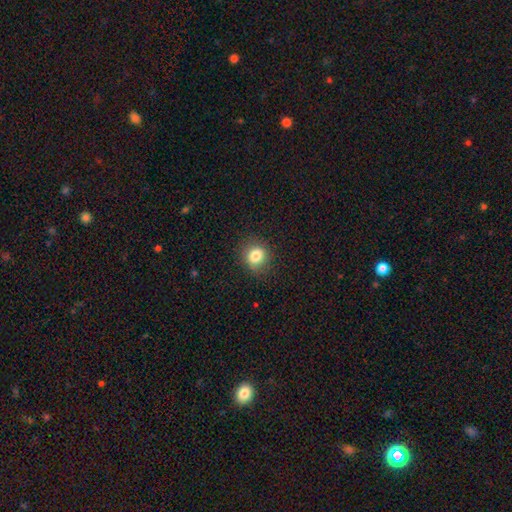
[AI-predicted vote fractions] Smooth or featured?
  - smooth: 82% *
  - star or artifact: 11%
  - featured or disk: 7%
How rounded?
  - round: 79% *
  - in between: 20%
  - cigar-shaped: 1%
Merging?
  - none: 83% *
  - minor disturbance: 12%
  - major disturbance: 4%
  - merger: 1%